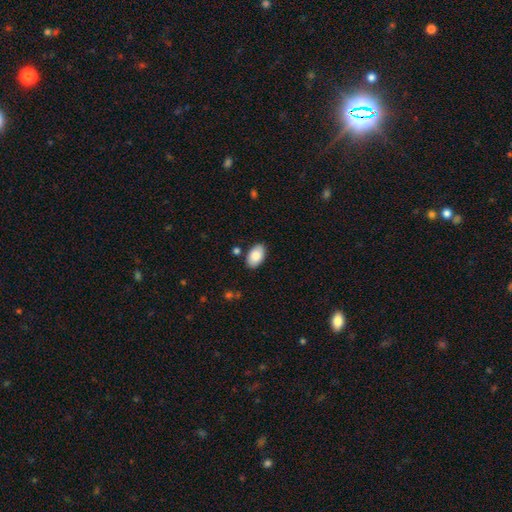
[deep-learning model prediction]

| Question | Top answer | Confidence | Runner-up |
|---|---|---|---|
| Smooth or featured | smooth | 86% | featured or disk (8%) |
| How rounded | in between | 93% | round (6%) |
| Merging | none | 85% | minor disturbance (10%) |